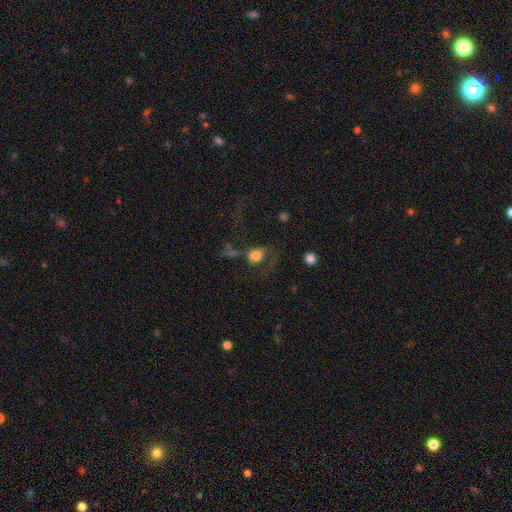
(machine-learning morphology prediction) This appears to be a smooth galaxy with no disk features (64%) that is in between round and cigar-shaped (52%). Merging: major disturbance (44%).